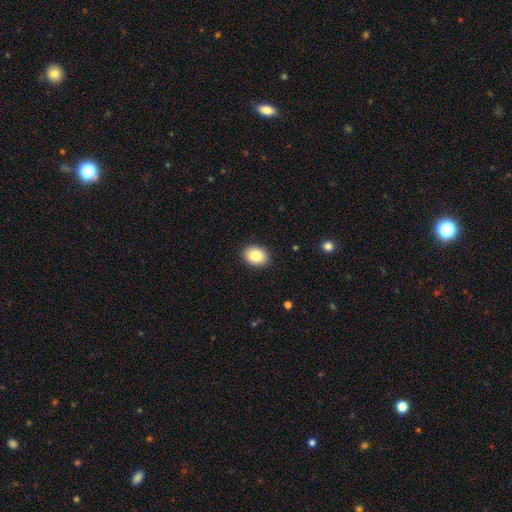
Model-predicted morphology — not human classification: Smooth or featured? smooth (84%)
How rounded? in between (63%)
Merging? none (90%)